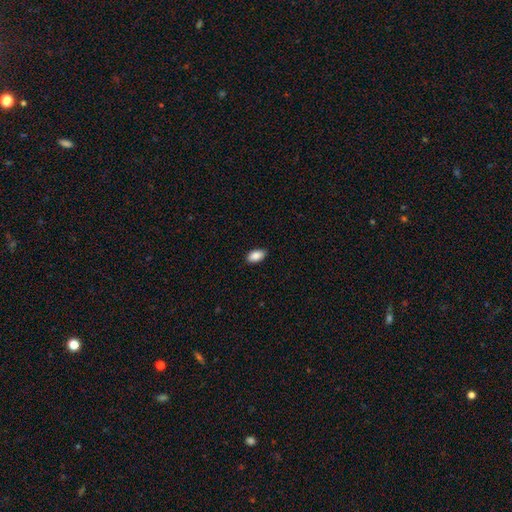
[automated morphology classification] Smooth or featured?
  - smooth: 88% *
  - star or artifact: 7%
  - featured or disk: 5%
How rounded?
  - in between: 93% *
  - round: 4%
  - cigar-shaped: 3%
Merging?
  - none: 87% *
  - minor disturbance: 11%
  - major disturbance: 2%
  - merger: 1%